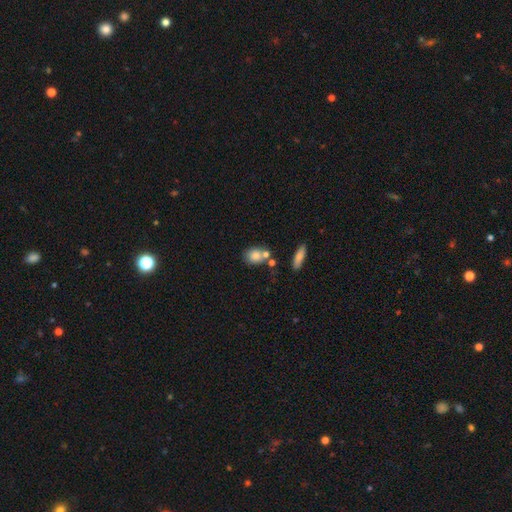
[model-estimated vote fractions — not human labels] Smooth or featured? Predicted: smooth (p=0.79). How rounded? Predicted: round (p=0.56). Merging? Predicted: none (p=0.56).